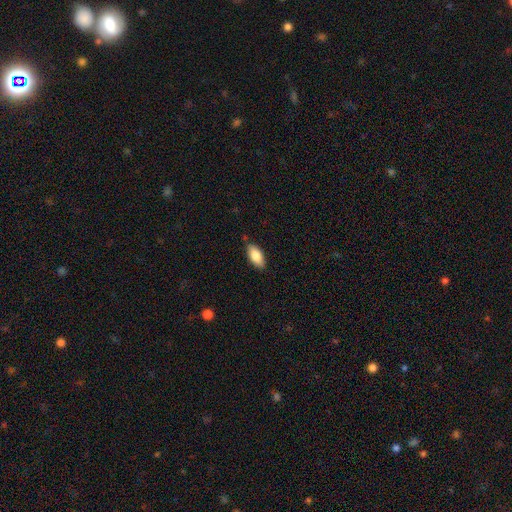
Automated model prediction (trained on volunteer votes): smooth_or_featured: smooth (p=0.83) [alt: featured or disk p=0.11]
how_rounded: in between (p=0.90) [alt: cigar-shaped p=0.08]
merging: none (p=0.84) [alt: minor disturbance p=0.12]